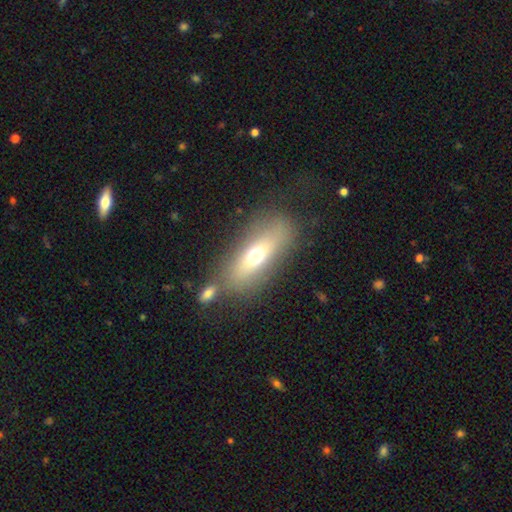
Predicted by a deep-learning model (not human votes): Overall: smooth (58%; featured or disk 33%). How rounded: in between (60%; cigar-shaped 36%). Merging: none (65%).